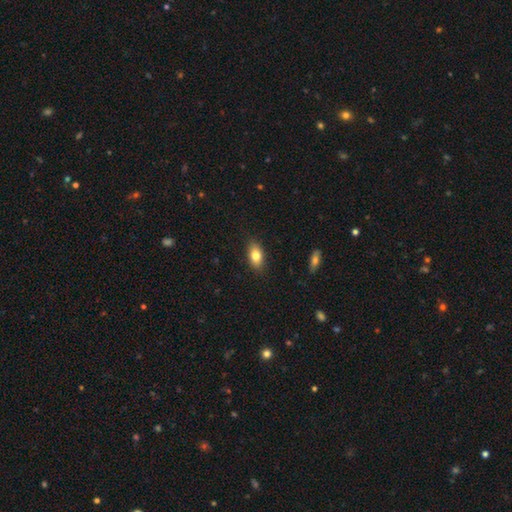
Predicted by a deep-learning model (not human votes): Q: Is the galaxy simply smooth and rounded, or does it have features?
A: smooth — 79%.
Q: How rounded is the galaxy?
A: in between — 87%.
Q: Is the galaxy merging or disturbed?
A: none — 87%.